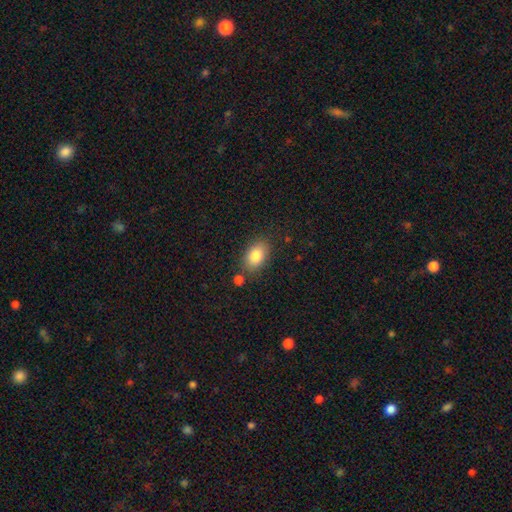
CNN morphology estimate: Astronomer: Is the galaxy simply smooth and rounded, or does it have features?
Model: smooth — 84%.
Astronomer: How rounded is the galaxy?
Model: in between — 89%.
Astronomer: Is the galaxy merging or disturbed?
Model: none — 77%.